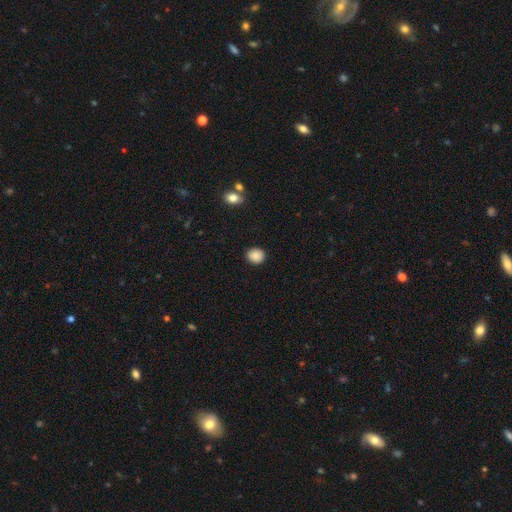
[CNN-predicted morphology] smooth_or_featured: smooth (p=0.88) [alt: star or artifact p=0.09]
how_rounded: round (p=0.71) [alt: in between p=0.28]
merging: none (p=0.88) [alt: minor disturbance p=0.08]